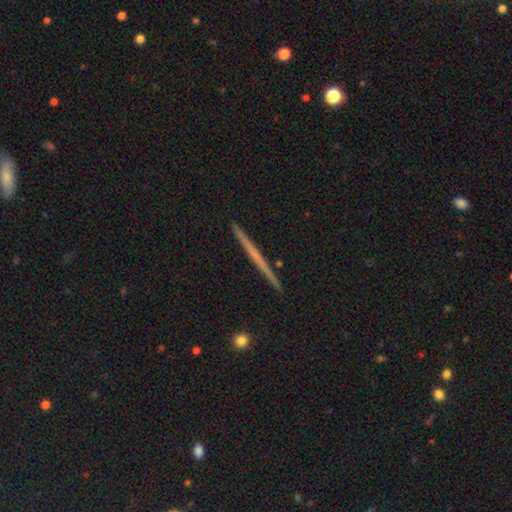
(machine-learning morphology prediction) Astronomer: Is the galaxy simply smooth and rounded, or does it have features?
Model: featured or disk — 61%.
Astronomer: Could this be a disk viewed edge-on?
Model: yes — 98%.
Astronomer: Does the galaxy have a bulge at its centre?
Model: none — 88%.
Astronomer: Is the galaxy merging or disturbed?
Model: none — 93%.